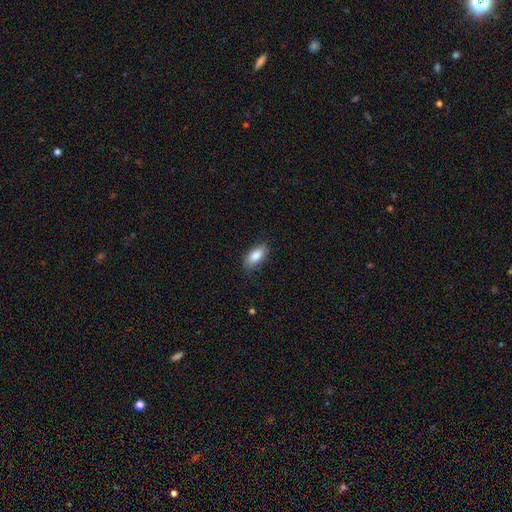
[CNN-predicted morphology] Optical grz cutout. It shows a smooth galaxy with no disk features (82%) that is in between round and cigar-shaped (88%). Merging: none (82%).